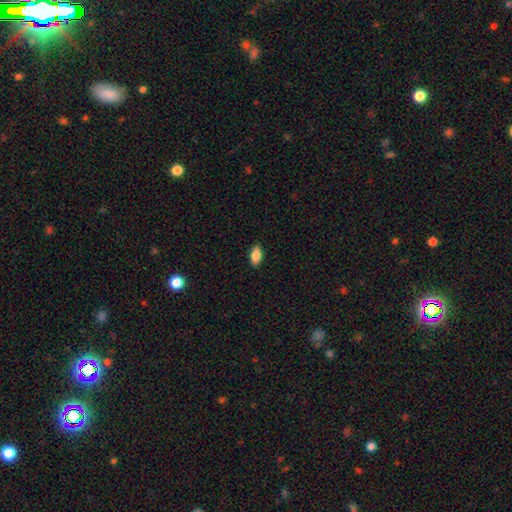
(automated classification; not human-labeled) This is clearly a smooth galaxy (81%). How rounded: clearly in between (88%). Merging: clearly none (88%).